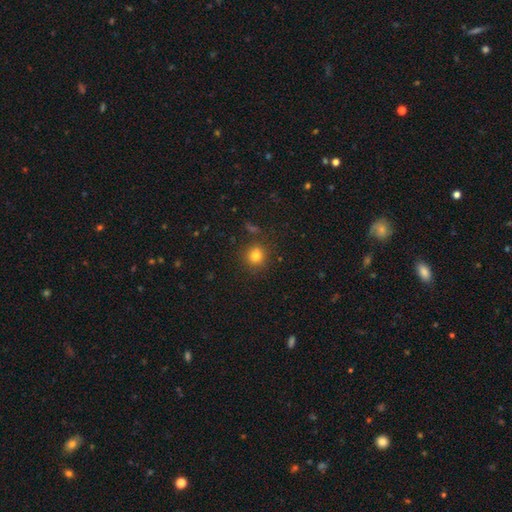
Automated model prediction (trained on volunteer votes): Smooth or featured? Predicted: smooth (p=0.79). How rounded? Predicted: round (p=0.90). Merging? Predicted: none (p=0.86).